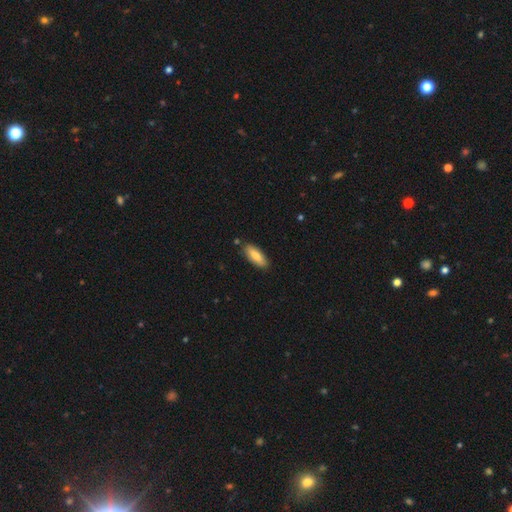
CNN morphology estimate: Q: Smooth or featured?
A: smooth (79%); runner-up: featured or disk (15%)
Q: How rounded?
A: in between (65%); runner-up: cigar-shaped (33%)
Q: Merging?
A: none (85%); runner-up: minor disturbance (11%)